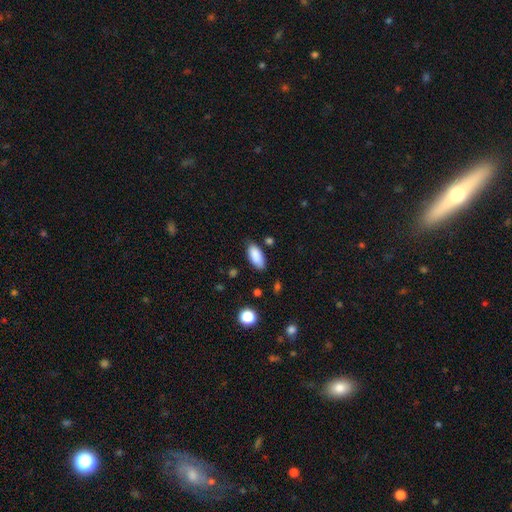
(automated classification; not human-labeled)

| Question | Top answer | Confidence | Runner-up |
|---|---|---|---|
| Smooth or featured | smooth | 88% | star or artifact (7%) |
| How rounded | in between | 88% | cigar-shaped (10%) |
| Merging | none | 81% | minor disturbance (14%) |